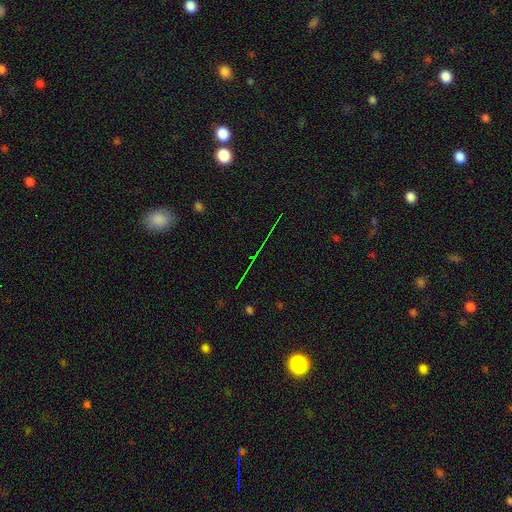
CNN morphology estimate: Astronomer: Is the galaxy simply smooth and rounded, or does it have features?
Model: star or artifact — 63%.